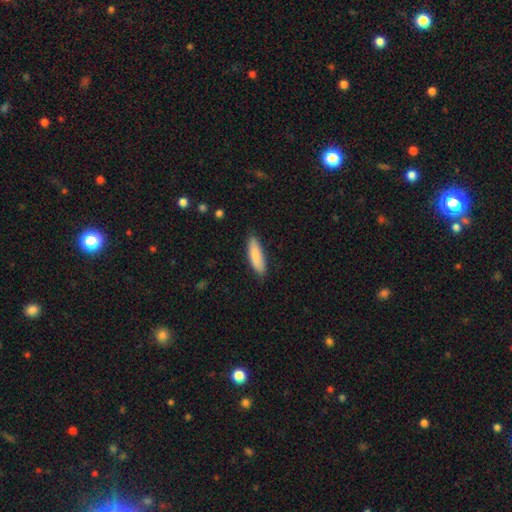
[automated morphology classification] This appears to be a smooth galaxy with no disk features (85%) that is cigar-shaped (54%). Merging: none (84%).